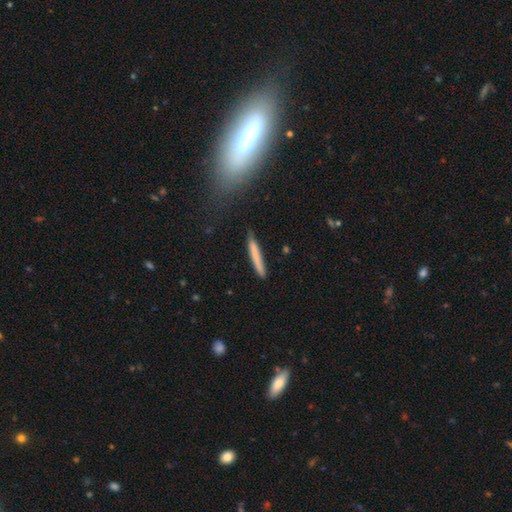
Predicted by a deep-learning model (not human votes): Smooth or featured? smooth (73%)
How rounded? cigar-shaped (96%)
Merging? none (85%)